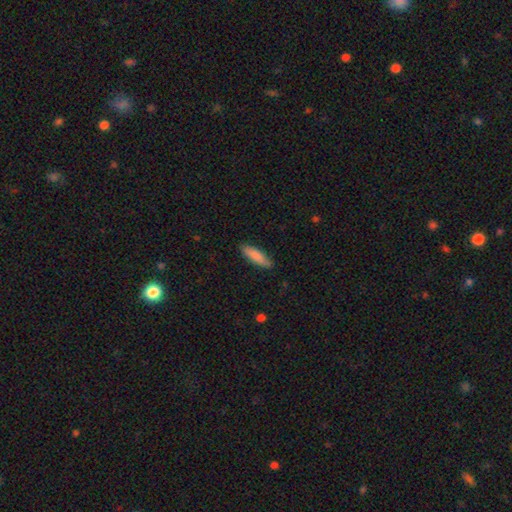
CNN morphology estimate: Smooth or featured: smooth — 85% (featured or disk — 10%)
How rounded: cigar-shaped — 61% (in between — 37%)
Merging: none — 85% (minor disturbance — 12%)